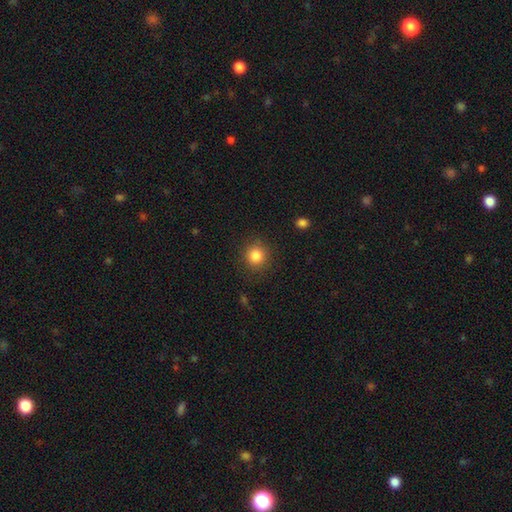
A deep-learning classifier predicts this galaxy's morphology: smooth-or-featured: smooth: 85% | star or artifact: 10% | featured or disk: 5%
  how-rounded: round: 90% | in between: 9% | cigar-shaped: 1%
  merging: none: 87% | minor disturbance: 8% | major disturbance: 3% | merger: 1%